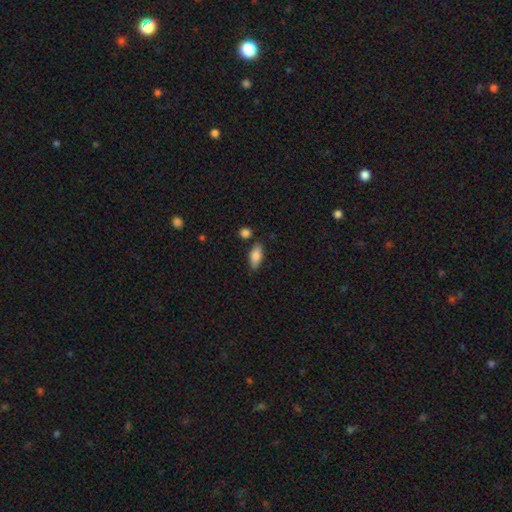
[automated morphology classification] A smooth galaxy with no disk features (81%) that is in between round and cigar-shaped (83%).

Vote fractions:
- Smooth or featured? smooth: 81% / featured or disk: 12% / star or artifact: 7%
- How rounded? in between: 83% / cigar-shaped: 14% / round: 3%
- Merging? none: 78% / minor disturbance: 13% / merger: 6% / major disturbance: 3%